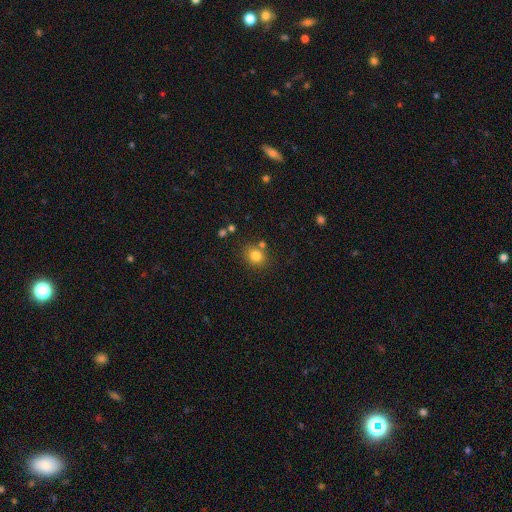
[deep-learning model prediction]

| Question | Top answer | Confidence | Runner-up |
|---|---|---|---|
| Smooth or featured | smooth | 81% | star or artifact (12%) |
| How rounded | round | 73% | in between (26%) |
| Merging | none | 77% | minor disturbance (11%) |